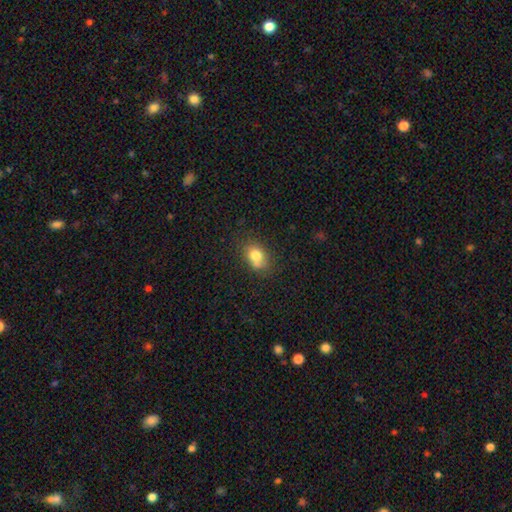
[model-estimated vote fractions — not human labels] This is likely a smooth galaxy (77%). How rounded: likely in between (60%). Merging: likely none (61%).